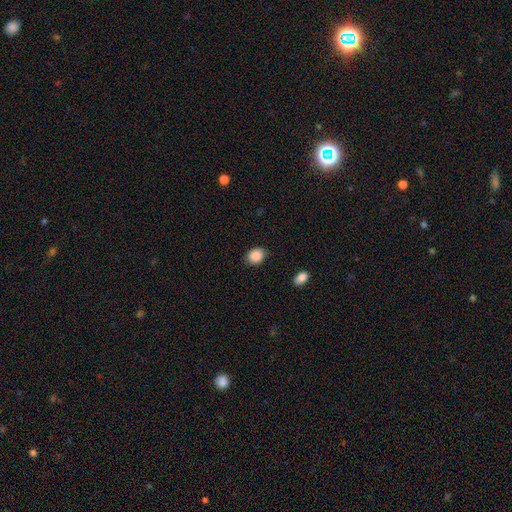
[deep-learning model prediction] Smooth or featured? Predicted: smooth (p=0.89). How rounded? Predicted: round (p=0.55). Merging? Predicted: none (p=0.83).